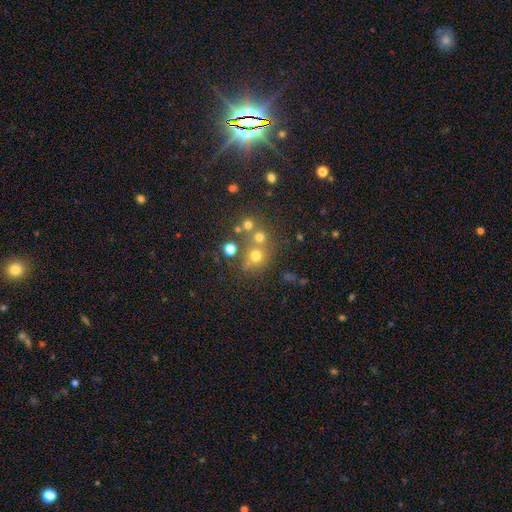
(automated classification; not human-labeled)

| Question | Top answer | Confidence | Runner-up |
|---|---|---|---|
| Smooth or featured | smooth | 64% | star or artifact (22%) |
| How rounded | round | 84% | in between (15%) |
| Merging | none | 56% | merger (30%) |